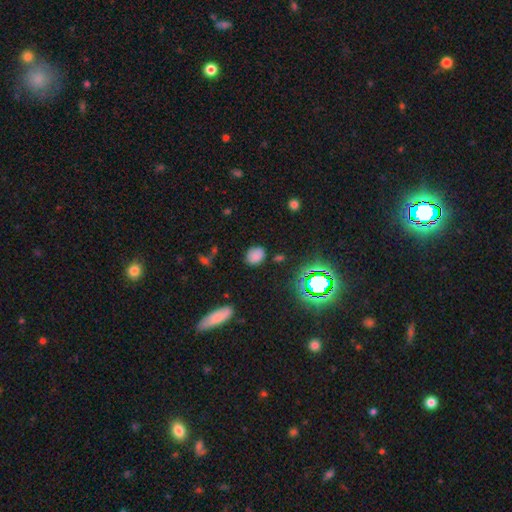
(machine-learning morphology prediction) A smooth galaxy with no disk features (75%) that is in between round and cigar-shaped (53%).

Vote fractions:
- Smooth or featured? smooth: 75% / star or artifact: 18% / featured or disk: 7%
- How rounded? in between: 53% / round: 46% / cigar-shaped: 1%
- Merging? none: 79% / minor disturbance: 14% / major disturbance: 4% / merger: 3%